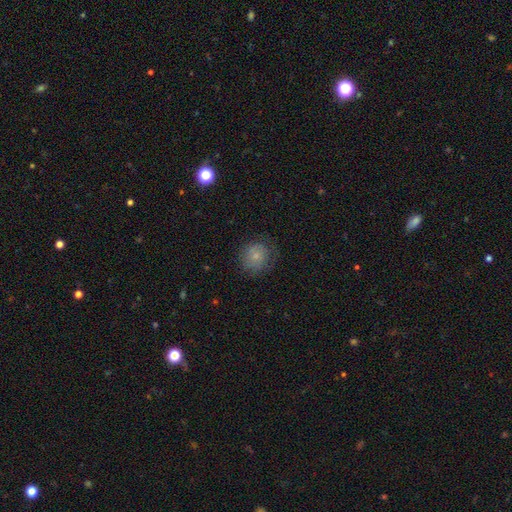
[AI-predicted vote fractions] Smooth or featured: smooth — 74% (featured or disk — 16%)
How rounded: round — 84% (in between — 15%)
Merging: none — 68% (minor disturbance — 21%)